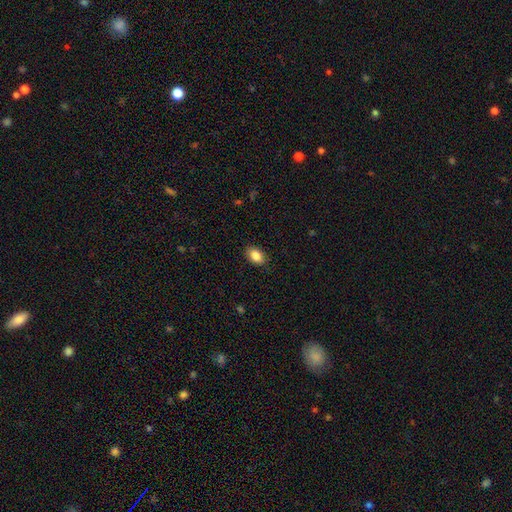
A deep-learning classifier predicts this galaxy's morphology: Overall: smooth (87%). How rounded: in between (89%). Merging: none (88%).